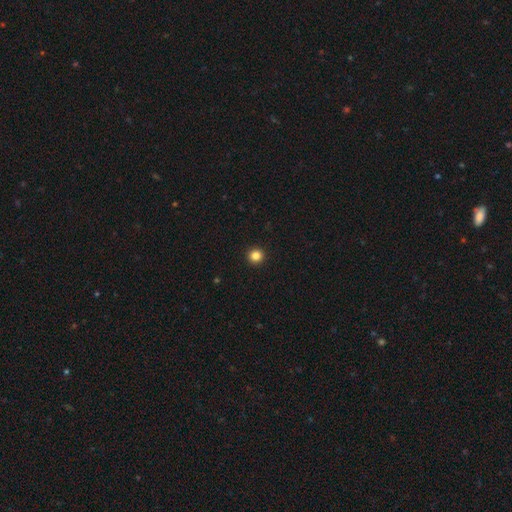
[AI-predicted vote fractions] smooth-or-featured: smooth: 84% | star or artifact: 12% | featured or disk: 4%
  how-rounded: round: 95% | in between: 4% | cigar-shaped: 1%
  merging: none: 94% | minor disturbance: 4% | major disturbance: 1% | merger: 1%